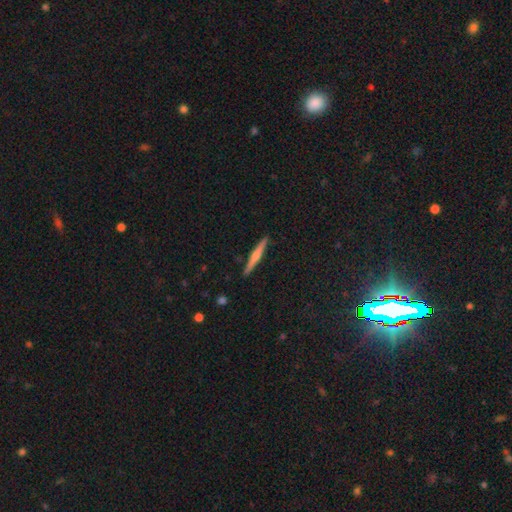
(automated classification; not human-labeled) smooth-or-featured: featured or disk: 53% | smooth: 41% | star or artifact: 6%
  disk-edge-on: yes: 98% | no: 2%
    edge-on-bulge: rounded: 62% | none: 23% | boxy: 15%
  merging: none: 91% | minor disturbance: 7% | major disturbance: 1% | merger: 1%